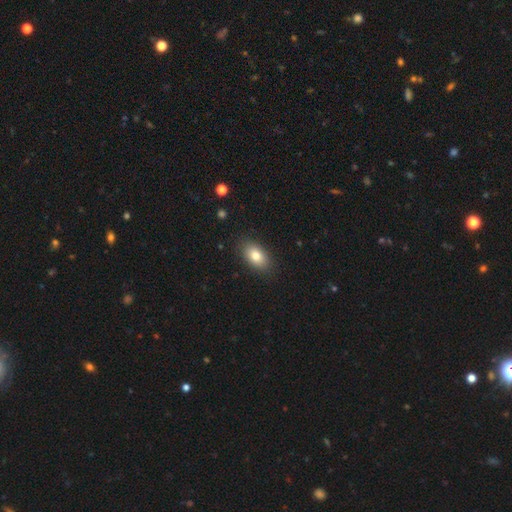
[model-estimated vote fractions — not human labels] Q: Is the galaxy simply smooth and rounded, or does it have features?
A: smooth — 81%.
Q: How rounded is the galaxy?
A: in between — 89%.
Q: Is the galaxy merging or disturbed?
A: none — 87%.